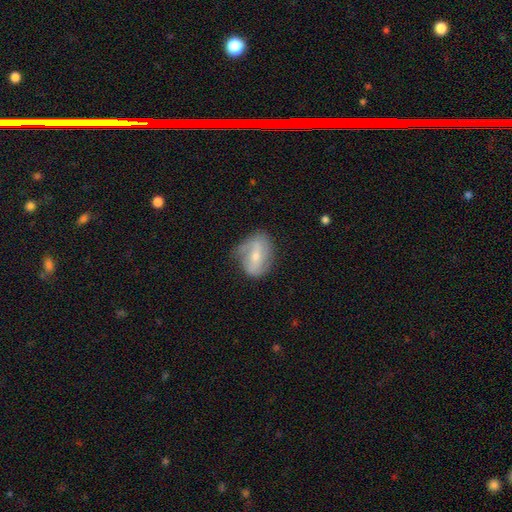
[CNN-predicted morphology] smooth_or_featured: featured or disk (p=0.59) [alt: smooth p=0.34]
disk_edge_on: no (p=0.94) [alt: yes p=0.06]
bar: weak (p=0.40) [alt: strong p=0.37]
has_spiral_arms: yes (p=0.72) [alt: no p=0.28]
bulge_size: small (p=0.48) [alt: moderate p=0.45]
merging: none (p=0.57) [alt: minor disturbance p=0.30]